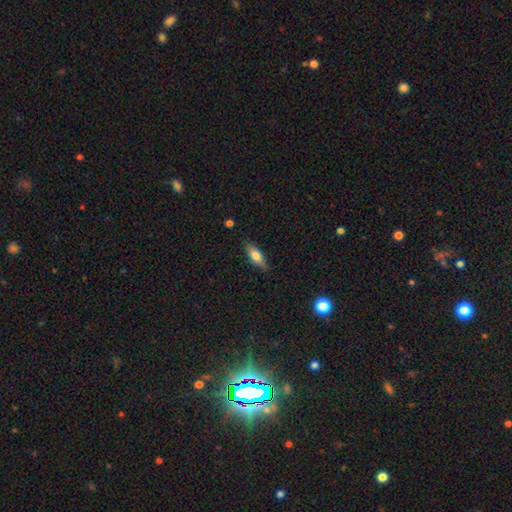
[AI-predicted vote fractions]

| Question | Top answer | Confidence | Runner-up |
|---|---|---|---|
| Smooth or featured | smooth | 66% | featured or disk (27%) |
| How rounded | in between | 58% | cigar-shaped (39%) |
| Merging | none | 82% | minor disturbance (14%) |